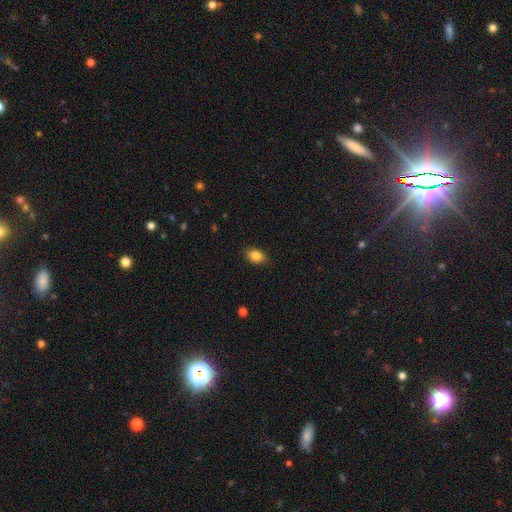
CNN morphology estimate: The model was most divided on "how rounded": in between: 81%, round: 17%, cigar-shaped: 2%. More confident: merging — none (86%); smooth or featured — smooth (84%).